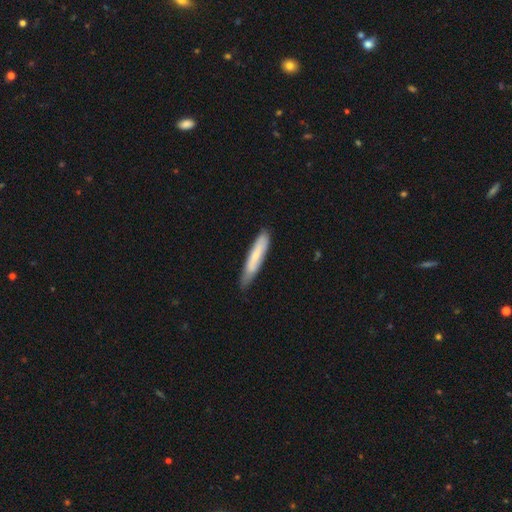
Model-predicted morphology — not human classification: smooth 67%, featured or disk 27%, star or artifact 6%. Down the decision tree: how rounded — cigar-shaped (87%); merging — none (73%).